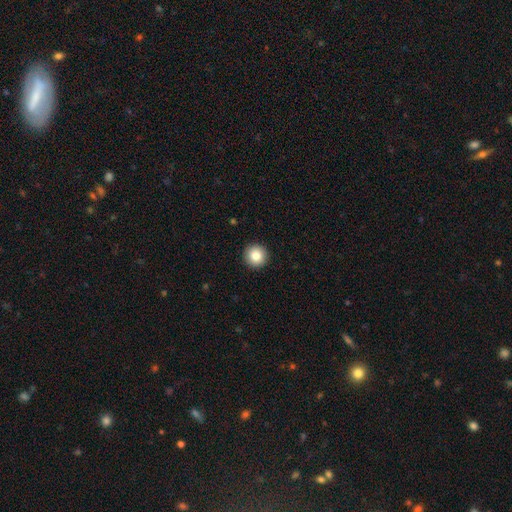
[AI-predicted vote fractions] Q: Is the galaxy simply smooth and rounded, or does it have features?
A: smooth — 84%.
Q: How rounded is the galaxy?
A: round — 96%.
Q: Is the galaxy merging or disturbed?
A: none — 93%.